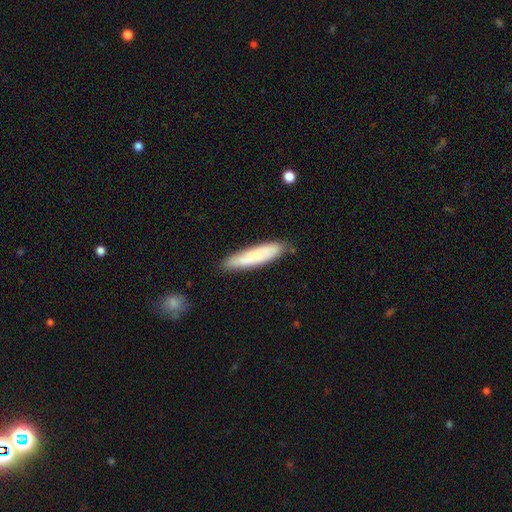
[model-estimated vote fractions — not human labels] Overall: smooth (75%). How rounded: cigar-shaped (83%). Merging: none (83%).